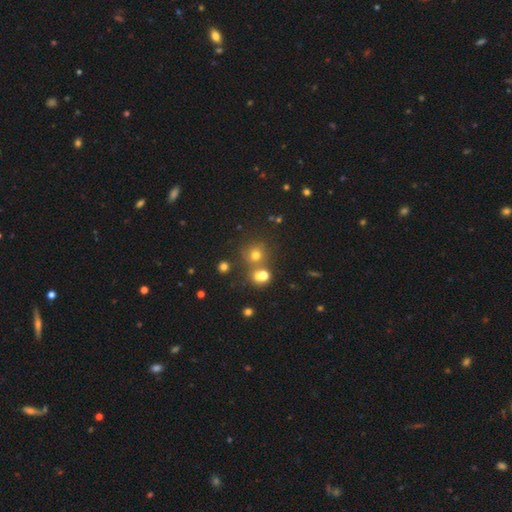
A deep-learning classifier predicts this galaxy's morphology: Smooth or featured? Predicted: smooth (p=0.64). How rounded? Predicted: round (p=0.87). Merging? Predicted: none (p=0.64).